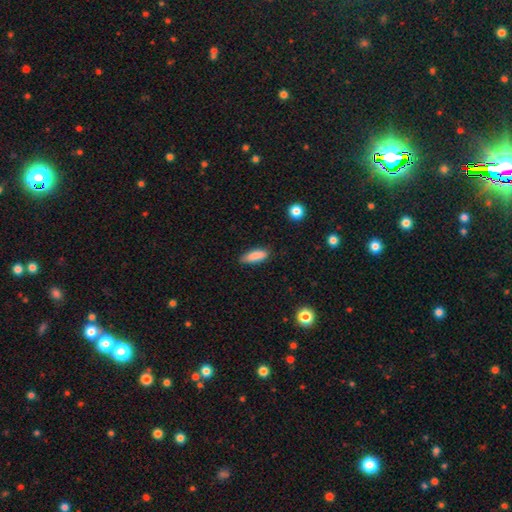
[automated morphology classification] type=smooth (86%); roundness=in between (62%); merging=none (77%).